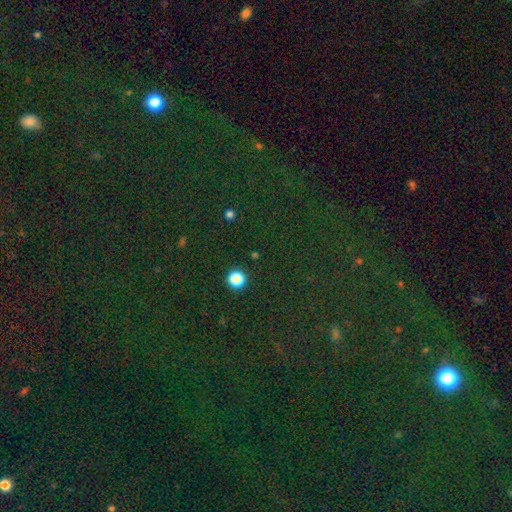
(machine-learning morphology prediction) star or artifact 76%, smooth 16%, featured or disk 8%.